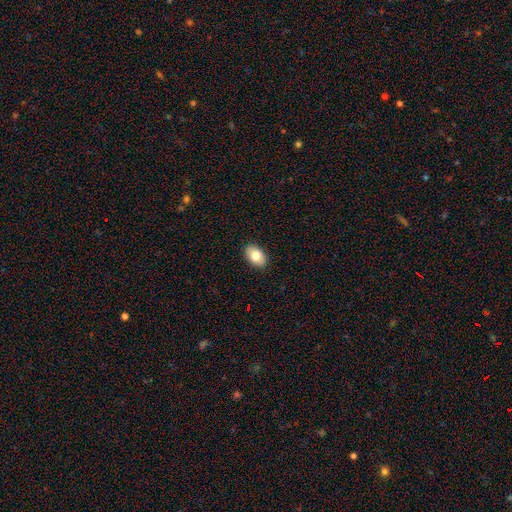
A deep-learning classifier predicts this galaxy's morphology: Smooth or featured? smooth (81%)
How rounded? in between (90%)
Merging? none (90%)